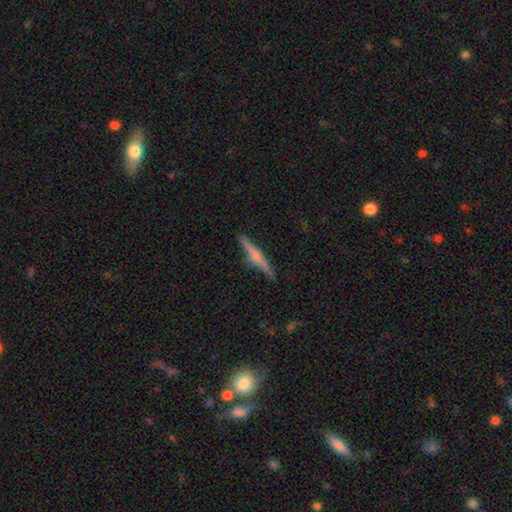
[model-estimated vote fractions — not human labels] featured or disk 54%, smooth 40%, star or artifact 6%. Down the decision tree: edge-on disk — yes (97%); edge-on bulge — rounded (55%); merging — none (85%).